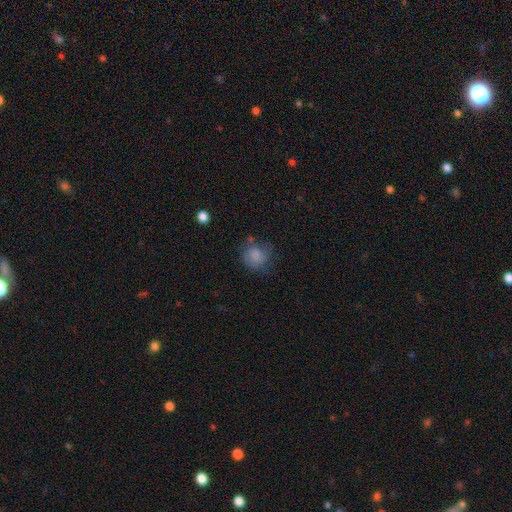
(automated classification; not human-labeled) The model was most divided on "merging": none: 58%, minor disturbance: 24%, major disturbance: 14%, merger: 3%. More confident: how rounded — round (81%); smooth or featured — smooth (69%).